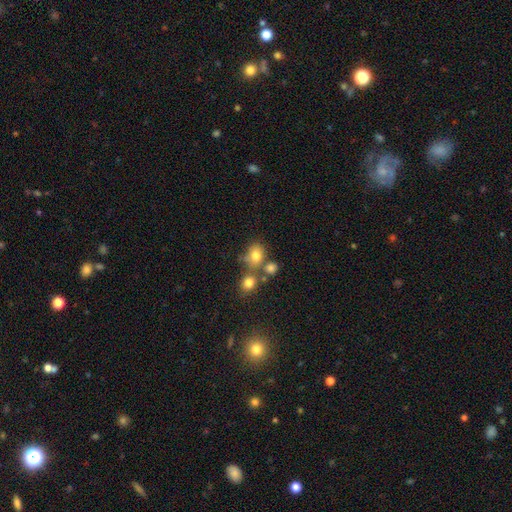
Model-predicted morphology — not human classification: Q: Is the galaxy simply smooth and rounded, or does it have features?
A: smooth — 75%.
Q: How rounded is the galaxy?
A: round — 55%.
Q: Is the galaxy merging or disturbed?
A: none — 52%.